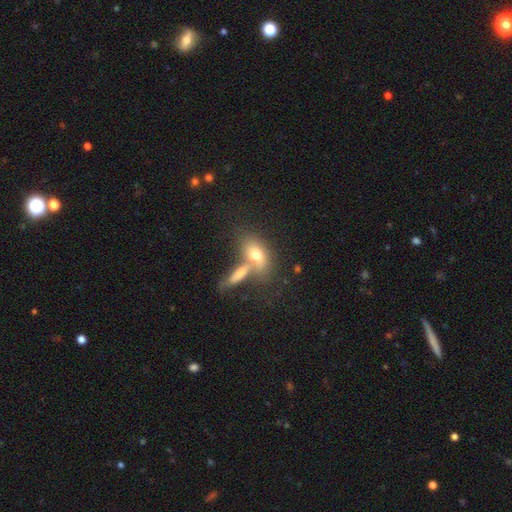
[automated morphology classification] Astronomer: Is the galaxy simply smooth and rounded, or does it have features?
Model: smooth — 68%.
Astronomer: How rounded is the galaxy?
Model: in between — 76%.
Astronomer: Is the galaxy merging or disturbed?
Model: merger — 45% (runner-up: none, 39%).